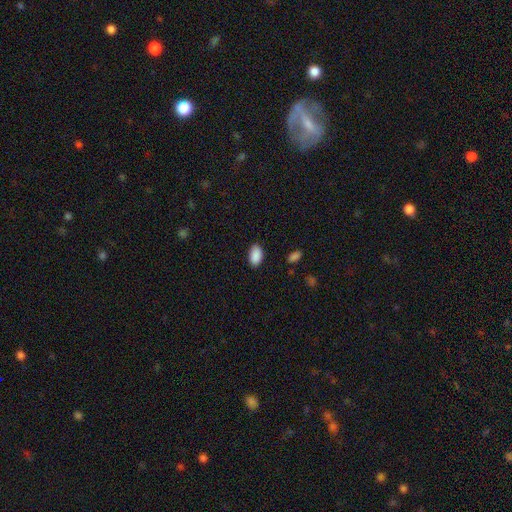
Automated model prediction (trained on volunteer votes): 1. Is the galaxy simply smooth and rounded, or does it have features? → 90% smooth, 7% star or artifact, 3% featured or disk.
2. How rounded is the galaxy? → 93% in between, 6% round, 1% cigar-shaped.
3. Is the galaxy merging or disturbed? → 86% none, 11% minor disturbance, 2% major disturbance, 1% merger.